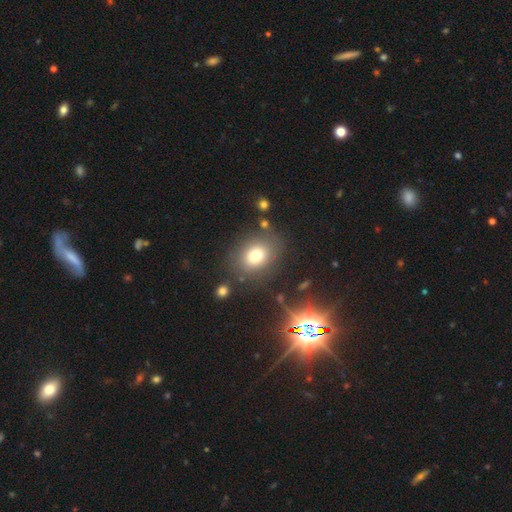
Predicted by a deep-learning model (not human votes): Overall: smooth (75%). How rounded: round (52%; in between 47%). Merging: none (78%).